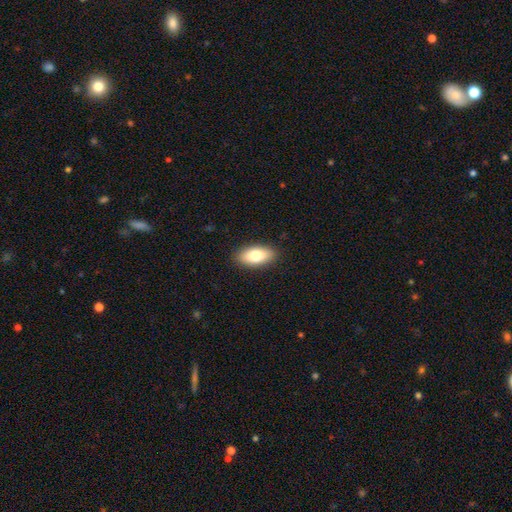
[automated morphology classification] smooth_or_featured: smooth (p=0.78) [alt: featured or disk p=0.15]
how_rounded: in between (p=0.90) [alt: cigar-shaped p=0.07]
merging: none (p=0.89) [alt: minor disturbance p=0.08]